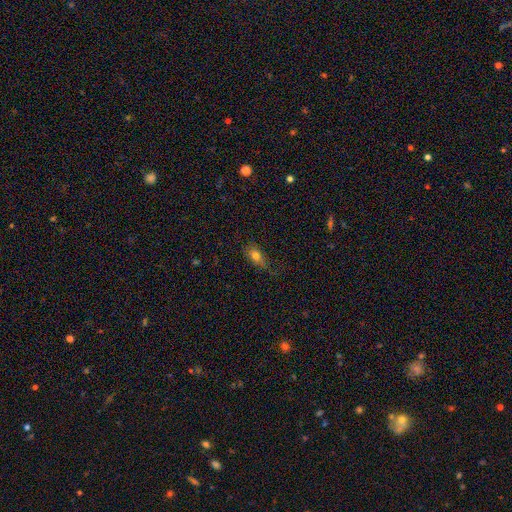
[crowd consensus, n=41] This is clearly a smooth galaxy (88%). How rounded: clearly in between (81%). Merging: likely none (60%).